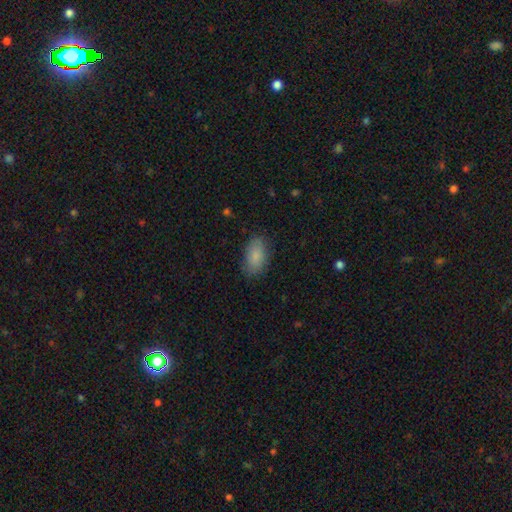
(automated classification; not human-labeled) A smooth galaxy with no disk features (86%) that is in between round and cigar-shaped (93%). Merging: none (83%).